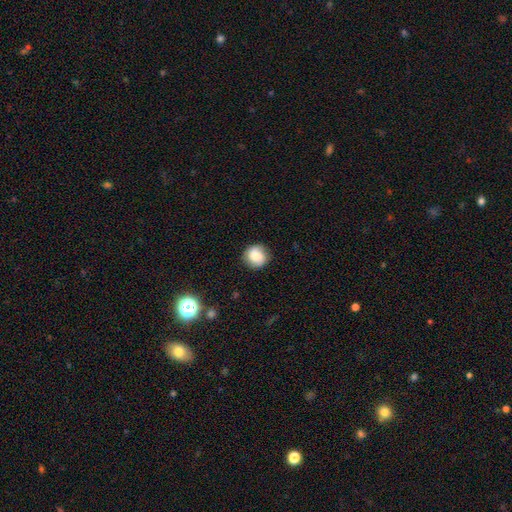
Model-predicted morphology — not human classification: type=smooth (79%); roundness=round (90%); merging=none (82%).